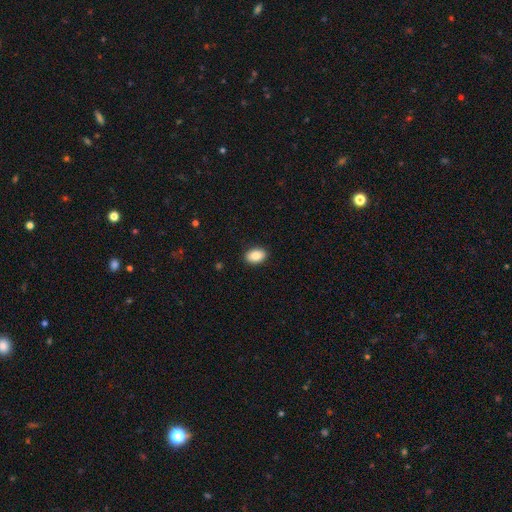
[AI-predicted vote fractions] smooth-or-featured: smooth: 86% | star or artifact: 8% | featured or disk: 6%
  how-rounded: in between: 83% | round: 16% | cigar-shaped: 1%
  merging: none: 90% | minor disturbance: 7% | major disturbance: 2% | merger: 1%